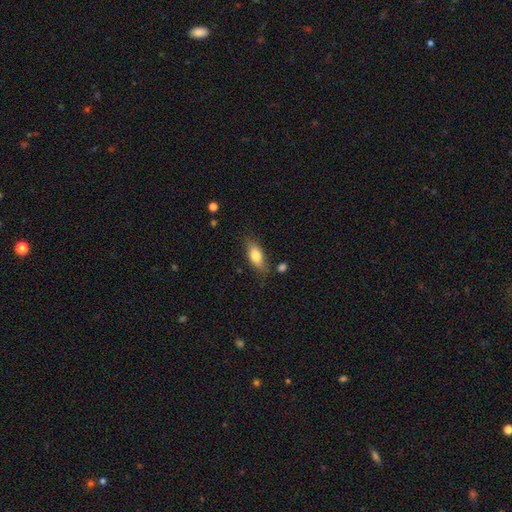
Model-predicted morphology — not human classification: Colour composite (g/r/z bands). It shows a smooth galaxy with no disk features (75%) that is in between round and cigar-shaped (78%). Merging: none (76%).